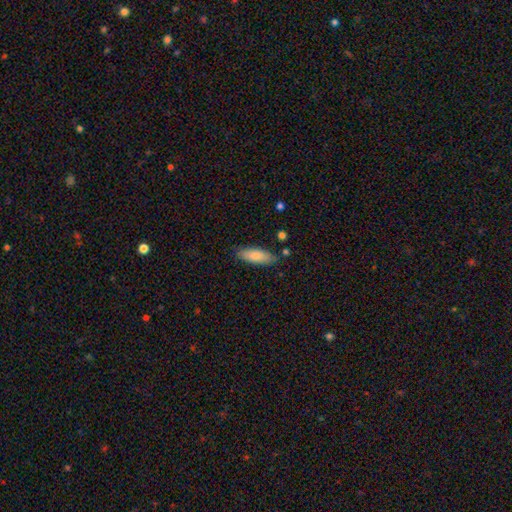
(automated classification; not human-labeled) Smooth or featured? Predicted: smooth (p=0.83). How rounded? Predicted: in between (p=0.65). Merging? Predicted: none (p=0.82).